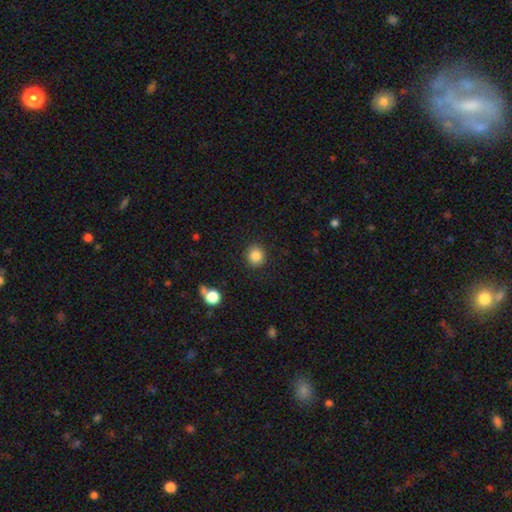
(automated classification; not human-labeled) Q: Smooth or featured?
A: smooth (85%); runner-up: star or artifact (10%)
Q: How rounded?
A: round (85%); runner-up: in between (14%)
Q: Merging?
A: none (89%); runner-up: minor disturbance (7%)